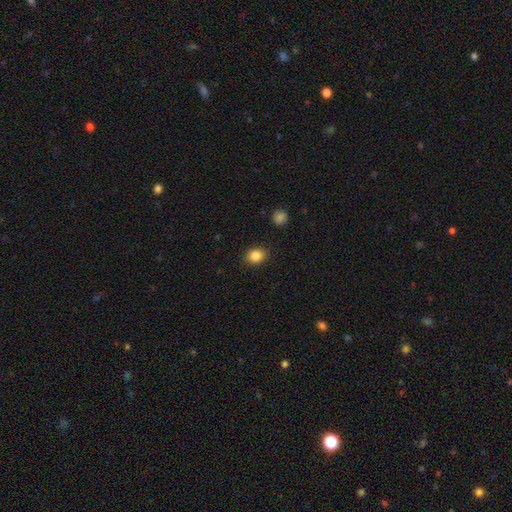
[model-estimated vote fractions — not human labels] This is clearly a smooth galaxy (85%). How rounded: possibly round (57%). Merging: clearly none (88%).